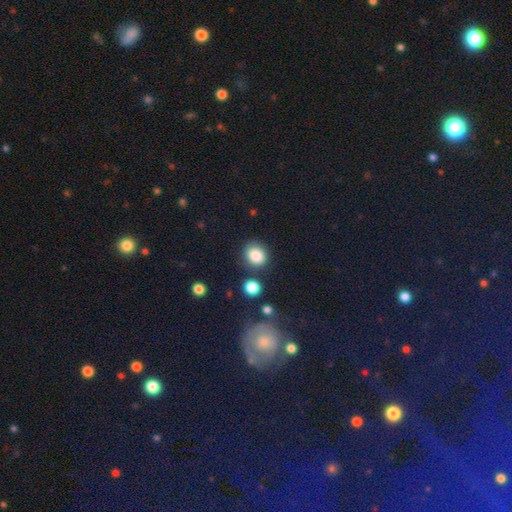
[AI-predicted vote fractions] Overall: smooth (84%). How rounded: round (72%). Merging: none (78%).